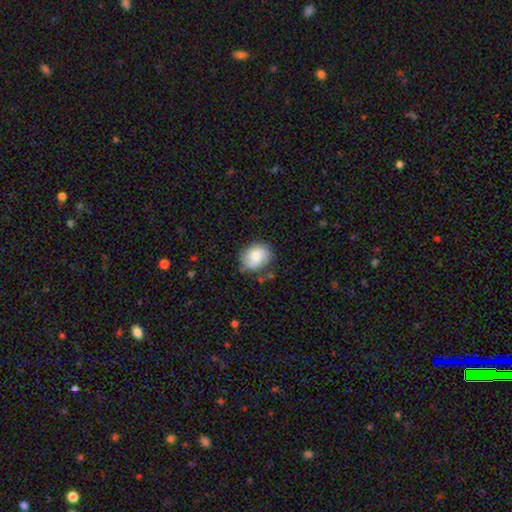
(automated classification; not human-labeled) smooth 73%, featured or disk 19%, star or artifact 8%. Down the decision tree: how rounded — round (52%); merging — none (71%).